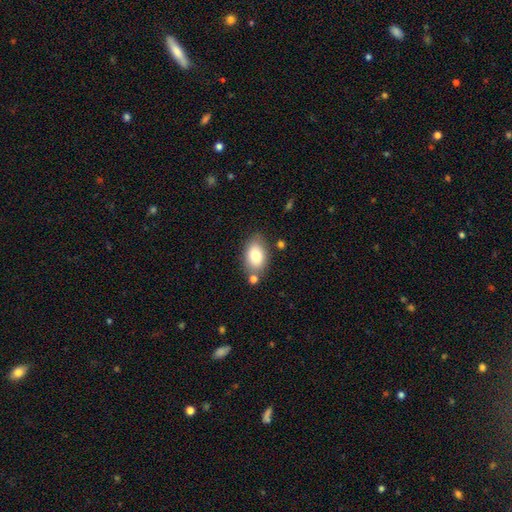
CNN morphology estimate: Overall: smooth (80%). How rounded: in between (89%). Merging: none (73%).